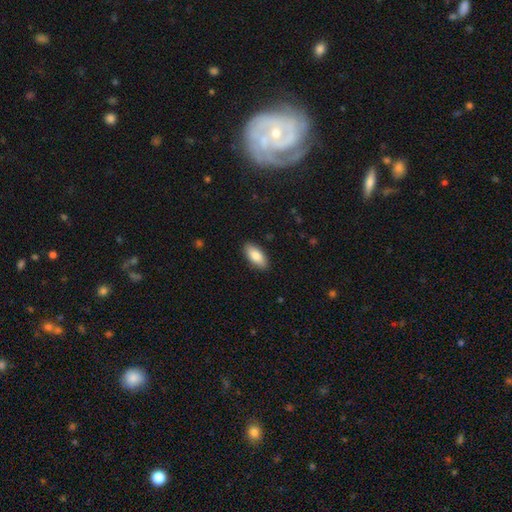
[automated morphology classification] A smooth galaxy with no disk features (85%) that is in between round and cigar-shaped (87%). Merging: none (89%).